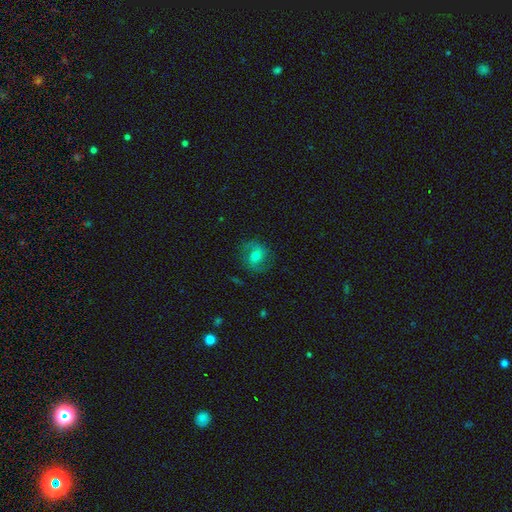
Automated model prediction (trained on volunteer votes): Smooth or featured? featured or disk (45%, tied with smooth)
Merging? none (78%)